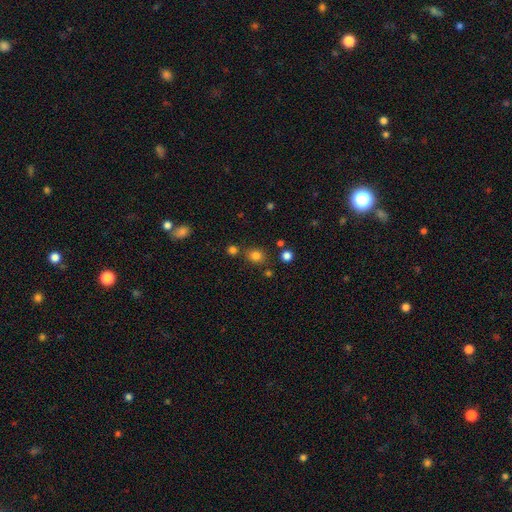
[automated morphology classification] A smooth galaxy with no disk features (80%) that is round (70%).

Vote fractions:
- Smooth or featured? smooth: 80% / star or artifact: 15% / featured or disk: 5%
- How rounded? round: 70% / in between: 29% / cigar-shaped: 1%
- Merging? none: 76% / minor disturbance: 10% / merger: 10% / major disturbance: 4%